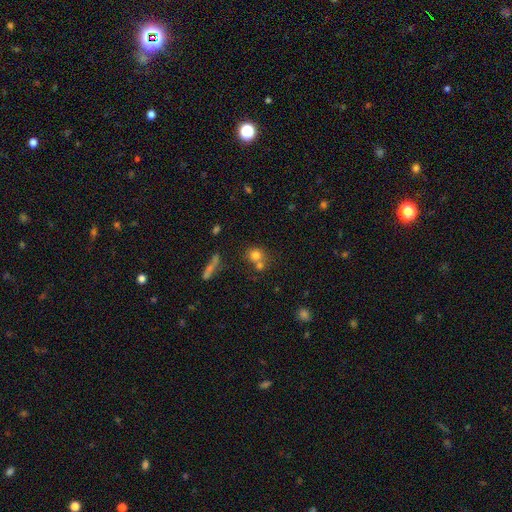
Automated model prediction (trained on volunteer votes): Morphology: type=smooth (74%); roundness=round (85%); merging=none (48%).